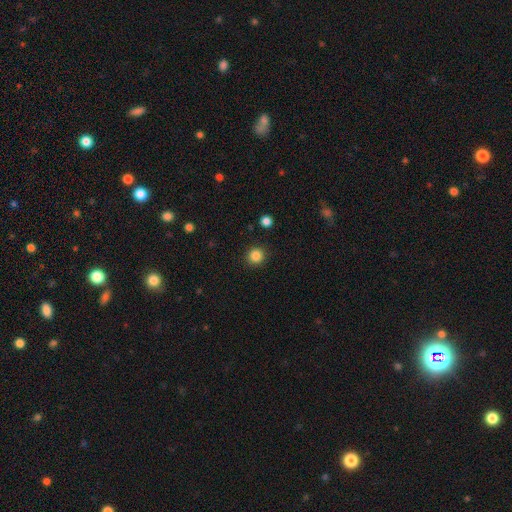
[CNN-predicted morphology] Smooth or featured?
  - smooth: 85% *
  - star or artifact: 11%
  - featured or disk: 4%
How rounded?
  - round: 94% *
  - in between: 5%
  - cigar-shaped: 1%
Merging?
  - none: 91% *
  - minor disturbance: 5%
  - major disturbance: 2%
  - merger: 1%